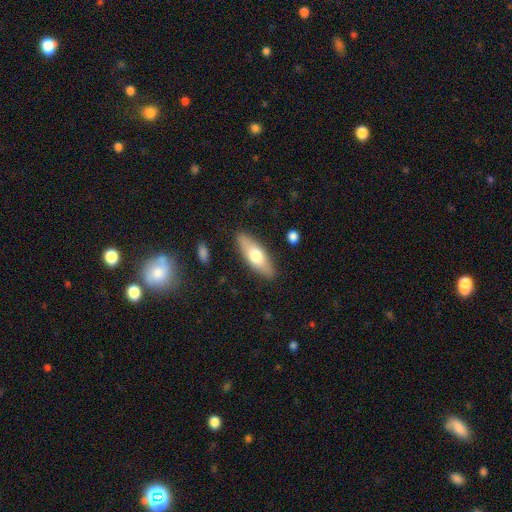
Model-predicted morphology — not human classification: Overall: smooth (64%; featured or disk 31%). How rounded: in between (59%; cigar-shaped 38%). Merging: none (86%).